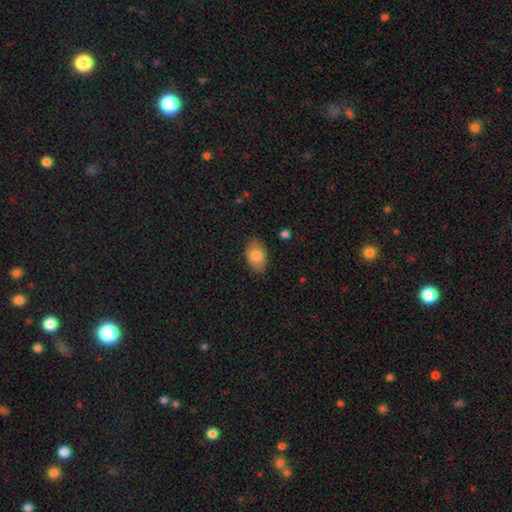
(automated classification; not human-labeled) The model was most divided on "merging": none: 81%, minor disturbance: 15%, major disturbance: 3%, merger: 1%. More confident: how rounded — in between (88%); smooth or featured — smooth (85%).